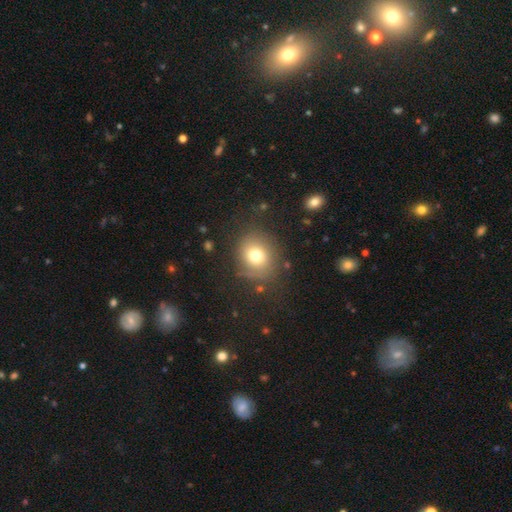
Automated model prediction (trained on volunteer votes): smooth_or_featured: smooth (p=0.74) [alt: featured or disk p=0.13]
how_rounded: round (p=0.74) [alt: in between p=0.25]
merging: none (p=0.78) [alt: minor disturbance p=0.13]